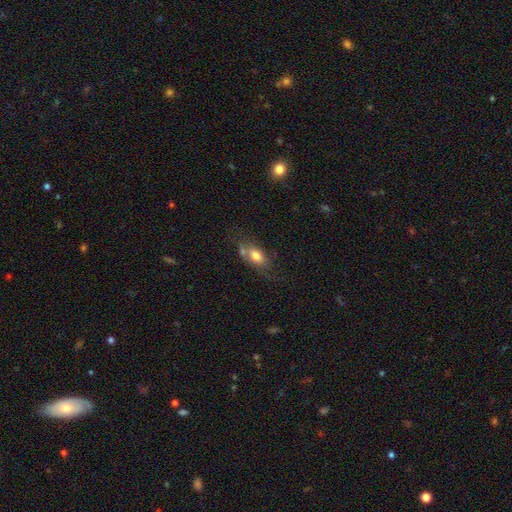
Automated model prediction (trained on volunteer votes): Overall: smooth (70%). How rounded: in between (83%). Merging: none (46%; minor disturbance 24%).